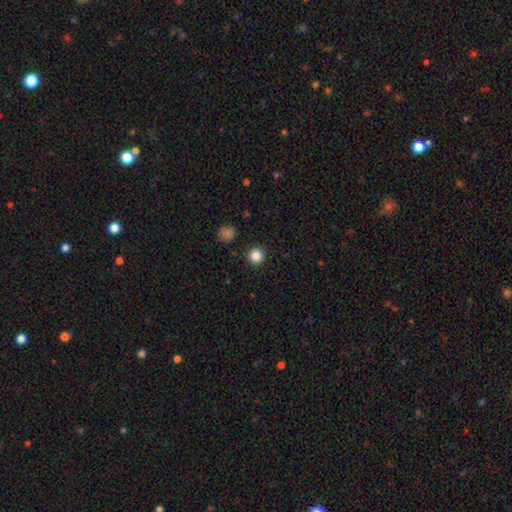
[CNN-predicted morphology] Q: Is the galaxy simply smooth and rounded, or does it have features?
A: smooth — 85%.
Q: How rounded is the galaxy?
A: round — 96%.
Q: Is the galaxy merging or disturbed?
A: none — 93%.